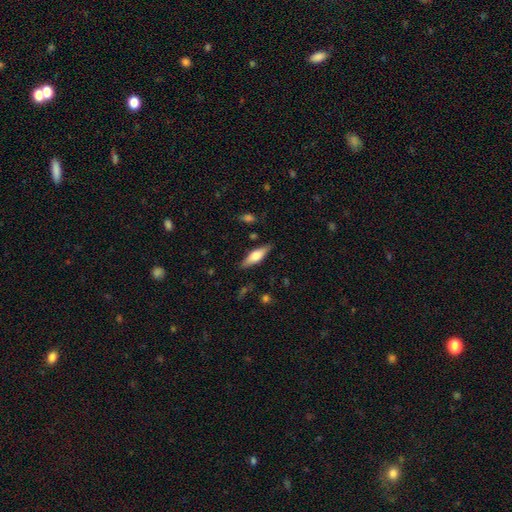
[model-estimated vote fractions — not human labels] Smooth or featured?
  - smooth: 52% *
  - featured or disk: 42%
  - star or artifact: 6%
How rounded?
  - cigar-shaped: 50% *
  - in between: 48%
  - round: 2%
Merging?
  - none: 85% *
  - minor disturbance: 11%
  - major disturbance: 3%
  - merger: 2%